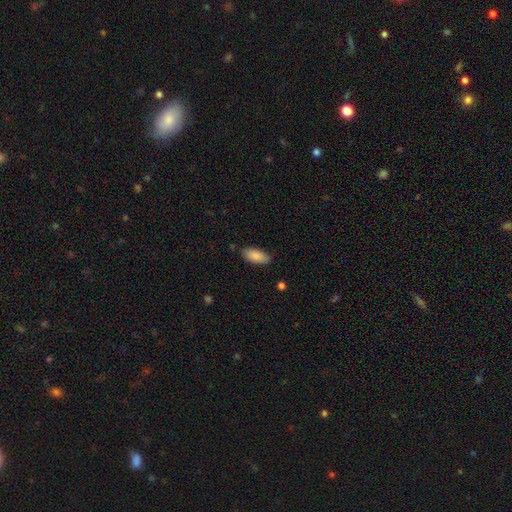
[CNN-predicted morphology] smooth-or-featured: smooth: 88% | star or artifact: 6% | featured or disk: 6%
  how-rounded: in between: 89% | cigar-shaped: 10% | round: 2%
  merging: none: 84% | minor disturbance: 12% | major disturbance: 2% | merger: 1%